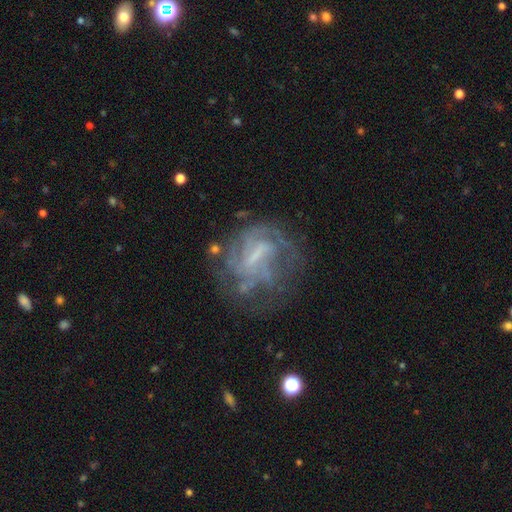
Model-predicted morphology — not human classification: Overall: featured or disk (74%). Edge-on disk: no (97%). Bar: weak (47%; strong 27%). Spiral arms: yes (68%; no 32%). Bulge size: none (44%; small 34%). Merging: none (54%; major disturbance 23%).